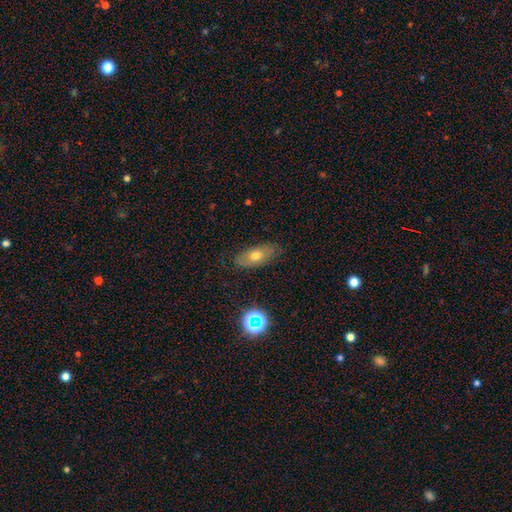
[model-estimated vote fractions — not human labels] Overall: smooth (62%; featured or disk 28%). How rounded: in between (80%). Merging: none (82%).